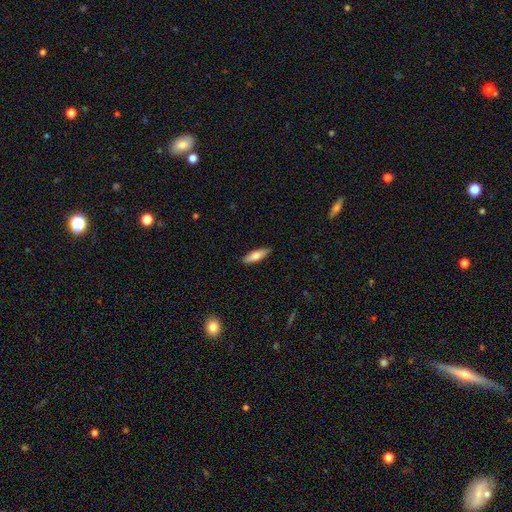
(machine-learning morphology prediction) Smooth or featured? Predicted: smooth (p=0.70). How rounded? Predicted: cigar-shaped (p=0.52). Merging? Predicted: none (p=0.88).